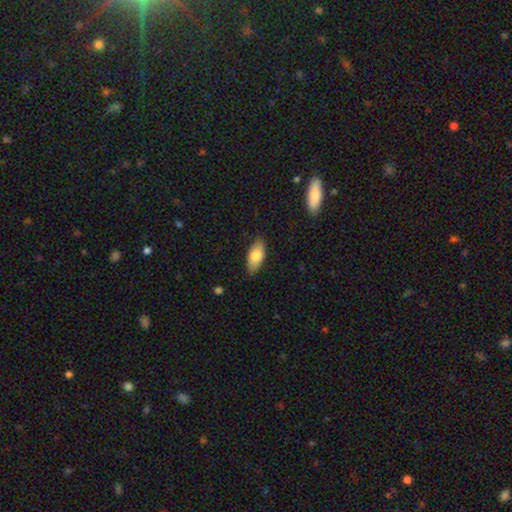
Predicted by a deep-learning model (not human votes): The model was most divided on "smooth or featured": smooth: 78%, featured or disk: 15%, star or artifact: 6%. More confident: how rounded — in between (87%); merging — none (84%).